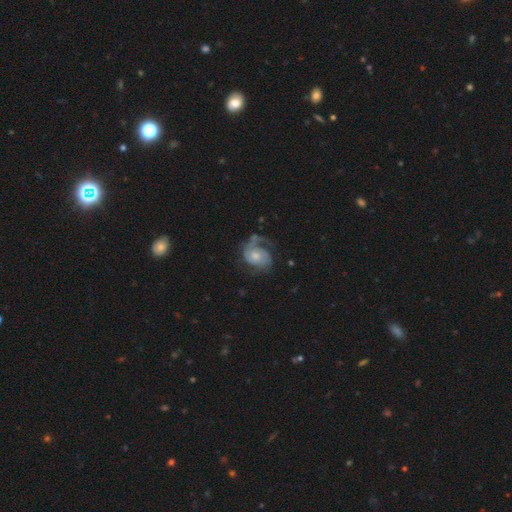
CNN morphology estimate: Smooth or featured?
  - featured or disk: 79% *
  - smooth: 16%
  - star or artifact: 6%
Edge-on disk?
  - no: 98% *
  - yes: 2%
Bar?
  - no: 72% *
  - weak: 24%
  - strong: 4%
Spiral arms?
  - yes: 92% *
  - no: 8%
Spiral winding?
  - medium: 41% *
  - tight: 32%
  - loose: 27%
Spiral arm count?
  - 2: 54% *
  - 1: 30%
  - can't tell: 9%
  - 3: 4%
  - 4: 2%
  - more than 4: 2%
Bulge size?
  - small: 48% *
  - moderate: 41%
  - large: 5%
  - none: 4%
  - dominant: 1%
Merging?
  - none: 49% *
  - major disturbance: 26%
  - minor disturbance: 21%
  - merger: 4%